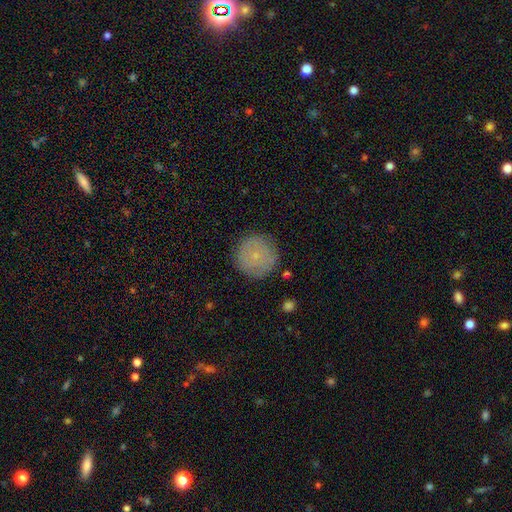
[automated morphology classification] Smooth or featured? smooth (70%)
How rounded? round (95%)
Merging? none (84%)